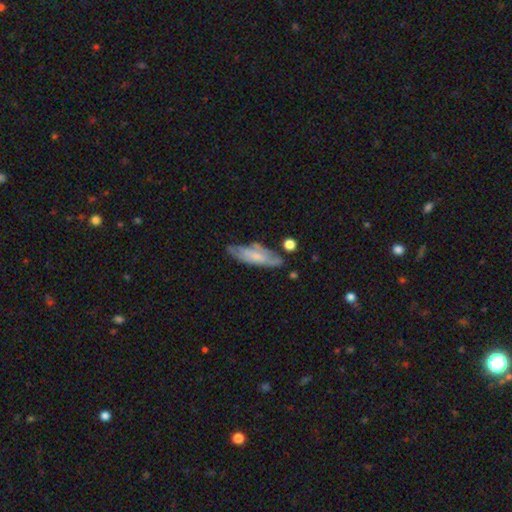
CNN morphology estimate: type=smooth (50%); merging=none (65%).